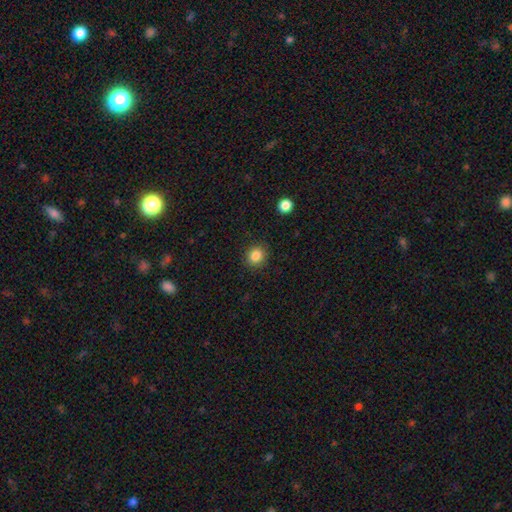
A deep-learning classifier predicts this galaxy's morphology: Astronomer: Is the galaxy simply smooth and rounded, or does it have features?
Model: smooth — 85%.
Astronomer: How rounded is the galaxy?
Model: round — 84%.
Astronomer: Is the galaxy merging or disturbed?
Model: none — 90%.